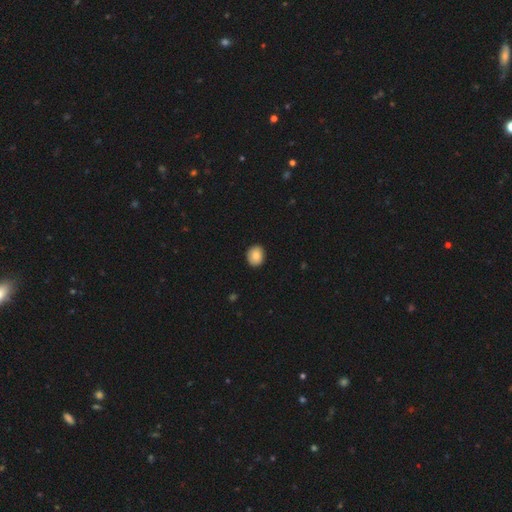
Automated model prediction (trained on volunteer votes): Smooth or featured? smooth (85%)
How rounded? round (59%)
Merging? none (89%)